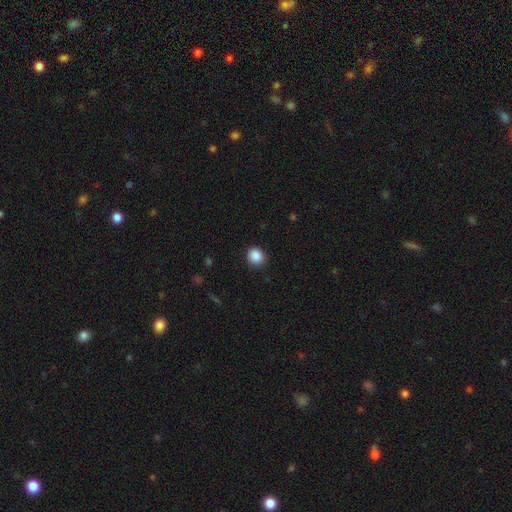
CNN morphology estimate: A smooth galaxy with no disk features (88%) that is round (79%).

Vote fractions:
- Smooth or featured? smooth: 88% / star or artifact: 9% / featured or disk: 3%
- How rounded? round: 79% / in between: 20% / cigar-shaped: 1%
- Merging? none: 88% / minor disturbance: 9% / major disturbance: 2% / merger: 1%